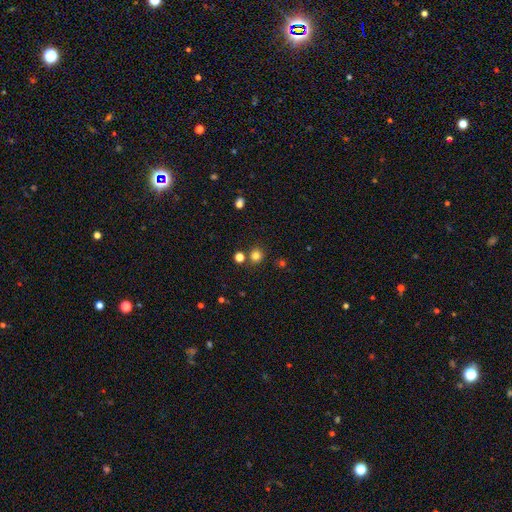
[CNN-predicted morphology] A smooth galaxy with no disk features (78%) that is round (92%).

Vote fractions:
- Smooth or featured? smooth: 78% / star or artifact: 17% / featured or disk: 5%
- How rounded? round: 92% / in between: 7% / cigar-shaped: 1%
- Merging? none: 82% / merger: 9% / minor disturbance: 7% / major disturbance: 3%